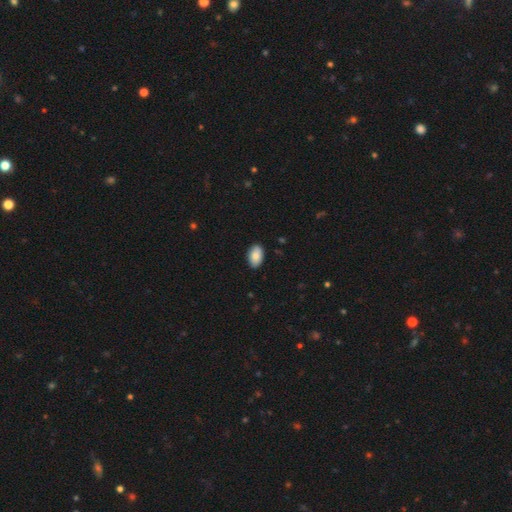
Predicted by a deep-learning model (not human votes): This appears to be a smooth galaxy with no disk features (86%) that is in between round and cigar-shaped (93%). Merging: none (88%).